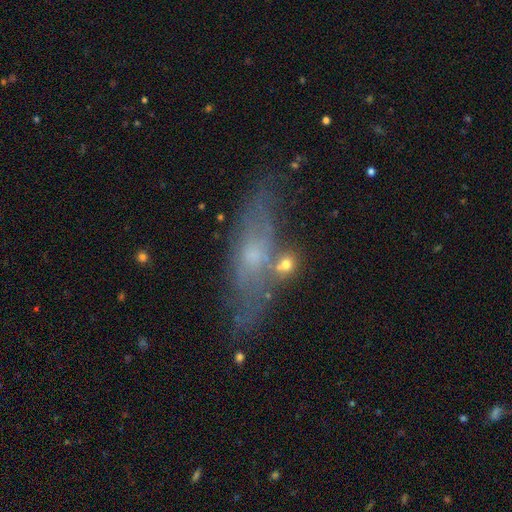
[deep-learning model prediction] smooth-or-featured: featured or disk: 54% | smooth: 36% | star or artifact: 11%
  disk-edge-on: no: 51% | yes: 49%
  merging: none: 67% | minor disturbance: 19% | merger: 7% | major disturbance: 7%